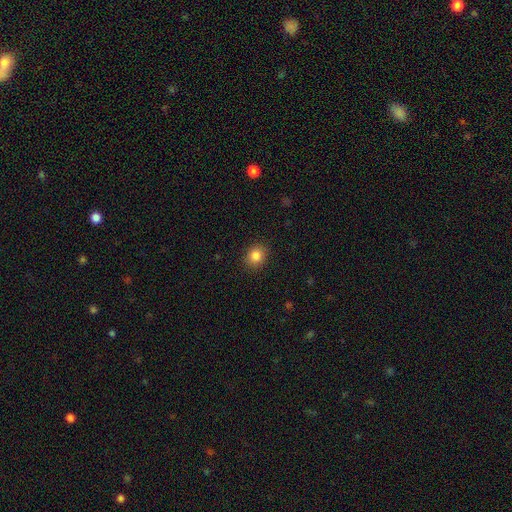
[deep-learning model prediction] Smooth or featured?
  - smooth: 85% *
  - star or artifact: 10%
  - featured or disk: 5%
How rounded?
  - round: 68% *
  - in between: 31%
  - cigar-shaped: 1%
Merging?
  - none: 89% *
  - minor disturbance: 8%
  - major disturbance: 2%
  - merger: 1%